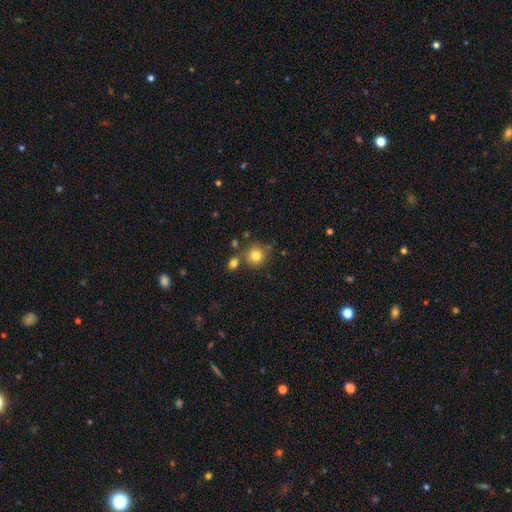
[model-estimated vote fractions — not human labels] Smooth or featured: smooth — 79% (star or artifact — 12%)
How rounded: round — 91% (in between — 8%)
Merging: none — 74% (merger — 13%)